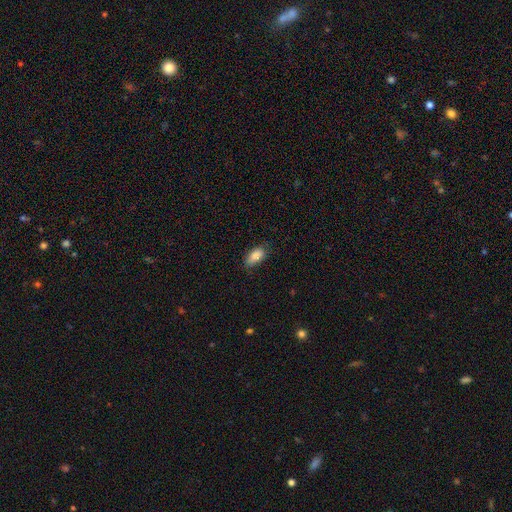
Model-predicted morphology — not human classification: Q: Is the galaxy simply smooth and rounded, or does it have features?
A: smooth — 87%.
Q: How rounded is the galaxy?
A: in between — 90%.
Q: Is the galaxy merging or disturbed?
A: none — 70%.